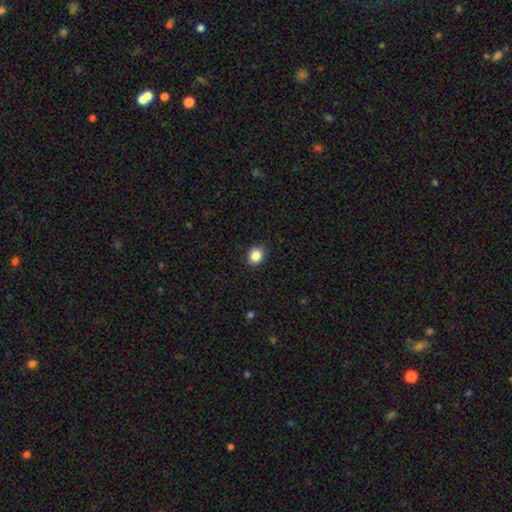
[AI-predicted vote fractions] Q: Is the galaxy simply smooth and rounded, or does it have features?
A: smooth — 86%.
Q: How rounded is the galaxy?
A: round — 71%.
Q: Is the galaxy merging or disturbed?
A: none — 91%.